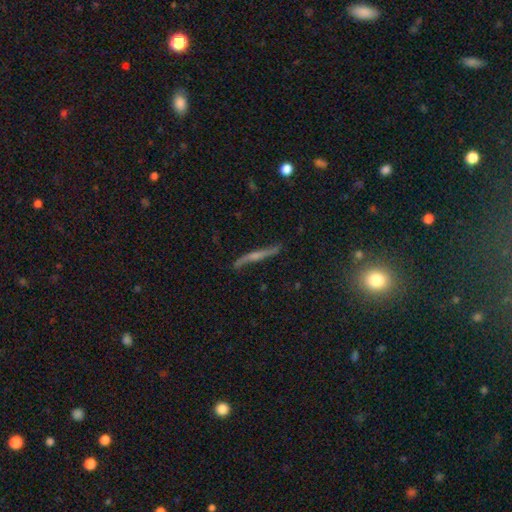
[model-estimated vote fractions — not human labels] Smooth or featured?
  - featured or disk: 71% *
  - smooth: 19%
  - star or artifact: 9%
Edge-on disk?
  - yes: 88% *
  - no: 12%
Edge-on bulge?
  - rounded: 64% *
  - none: 28%
  - boxy: 8%
Merging?
  - none: 76% *
  - minor disturbance: 17%
  - major disturbance: 4%
  - merger: 2%